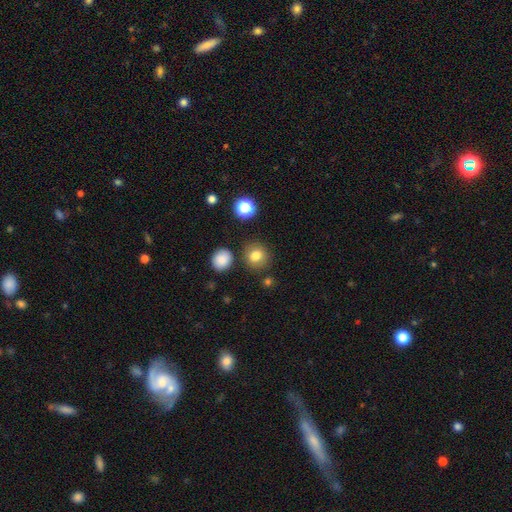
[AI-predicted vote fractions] Morphology: type=smooth (79%); roundness=round (81%); merging=none (82%).